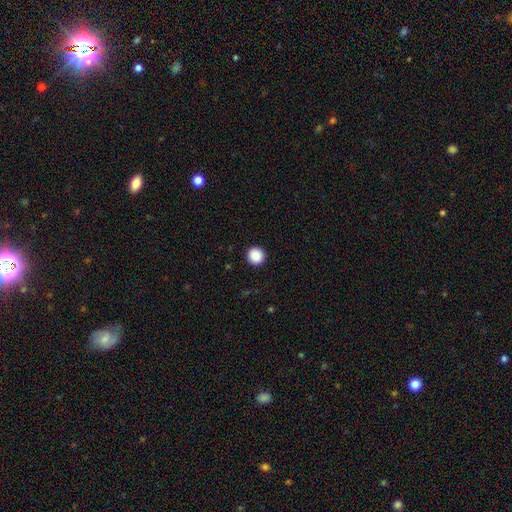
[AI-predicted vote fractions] This is clearly a smooth galaxy (89%). How rounded: clearly round (95%). Merging: clearly none (93%).